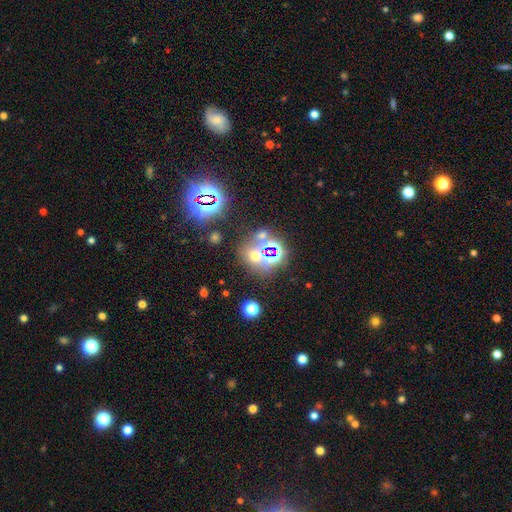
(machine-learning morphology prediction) Smooth or featured: star or artifact — 51% (smooth — 39%)